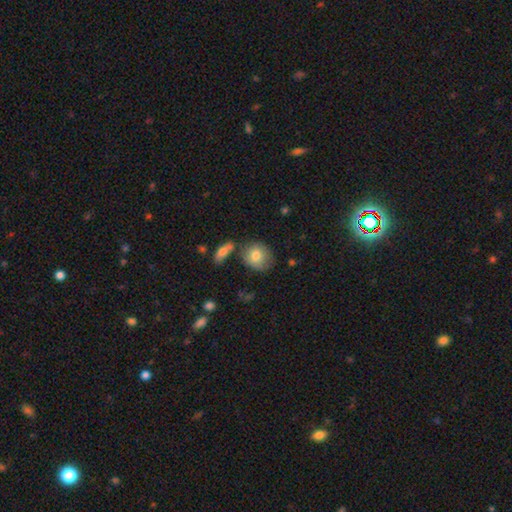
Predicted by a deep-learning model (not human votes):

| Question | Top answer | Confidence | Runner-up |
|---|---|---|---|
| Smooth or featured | smooth | 78% | featured or disk (14%) |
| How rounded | round | 76% | in between (23%) |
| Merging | none | 67% | minor disturbance (18%) |